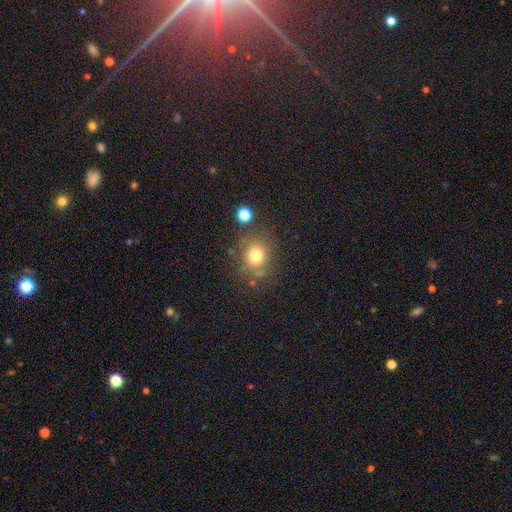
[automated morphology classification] Smooth or featured: smooth — 75% (star or artifact — 15%)
How rounded: round — 79% (in between — 20%)
Merging: none — 74% (minor disturbance — 13%)